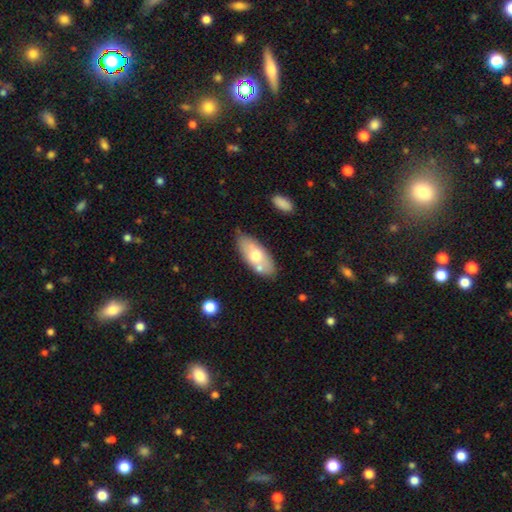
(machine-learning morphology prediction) The model was most divided on "smooth or featured": smooth: 61%, featured or disk: 33%, star or artifact: 6%. More confident: how rounded — in between (87%); merging — none (69%).